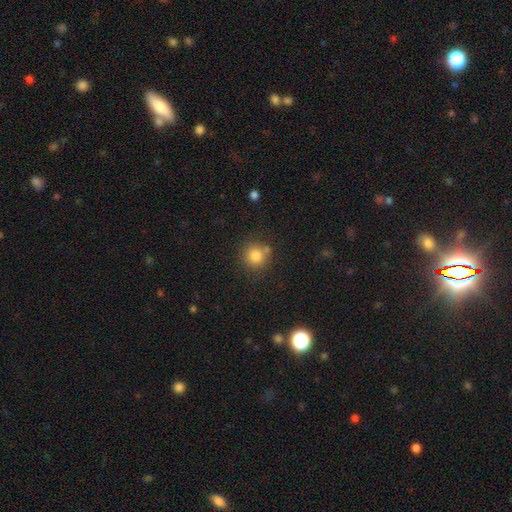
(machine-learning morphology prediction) smooth_or_featured: smooth (p=0.82) [alt: star or artifact p=0.12]
how_rounded: round (p=0.91) [alt: in between p=0.08]
merging: none (p=0.76) [alt: minor disturbance p=0.11]